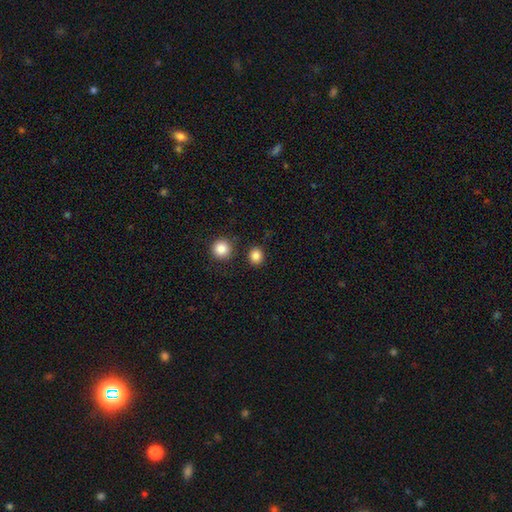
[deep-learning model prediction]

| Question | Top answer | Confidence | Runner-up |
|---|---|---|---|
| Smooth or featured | smooth | 85% | star or artifact (11%) |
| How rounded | round | 81% | in between (19%) |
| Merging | none | 86% | minor disturbance (7%) |